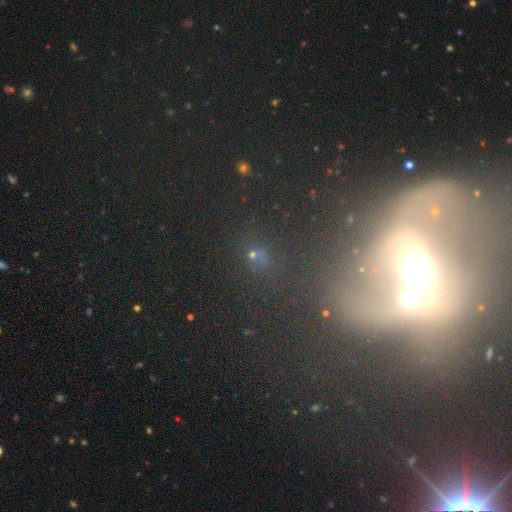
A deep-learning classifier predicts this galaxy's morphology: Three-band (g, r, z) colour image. It shows a star or artifact, not a galaxy (53%).